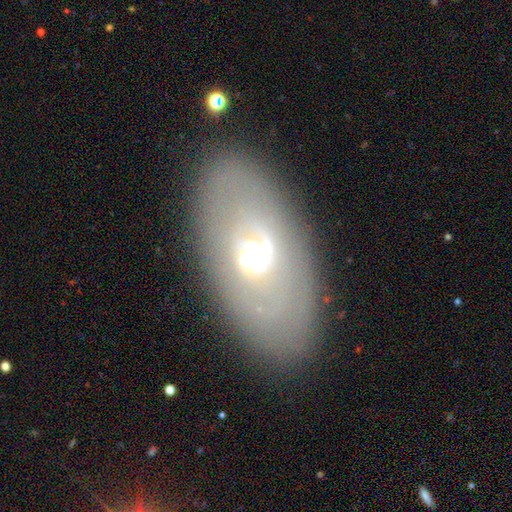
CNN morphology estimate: featured or disk 56%, smooth 34%, star or artifact 10%. Down the decision tree: edge-on disk — no (86%); merging — none (76%).